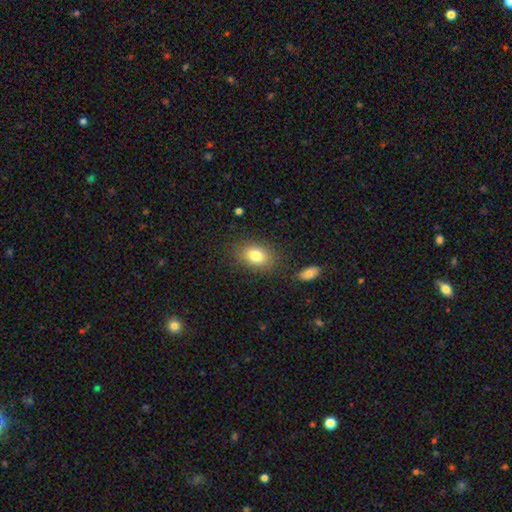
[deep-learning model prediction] A smooth galaxy with no disk features (81%) that is in between round and cigar-shaped (79%). Merging: none (82%).